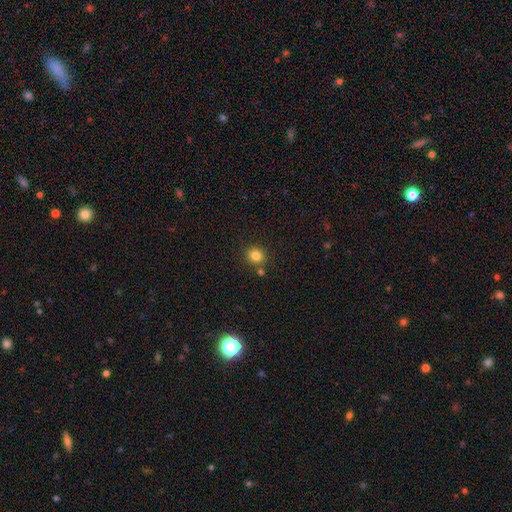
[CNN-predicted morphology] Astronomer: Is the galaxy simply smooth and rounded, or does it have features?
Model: smooth — 83%.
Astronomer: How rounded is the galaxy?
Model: round — 86%.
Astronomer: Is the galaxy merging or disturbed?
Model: none — 81%.